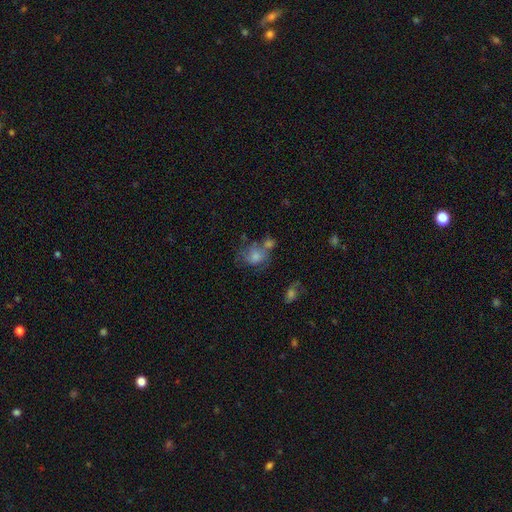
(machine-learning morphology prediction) Smooth or featured?
  - smooth: 62% *
  - featured or disk: 28%
  - star or artifact: 10%
How rounded?
  - round: 56% *
  - in between: 43%
  - cigar-shaped: 1%
Merging?
  - none: 35% *
  - merger: 30%
  - minor disturbance: 20%
  - major disturbance: 16%